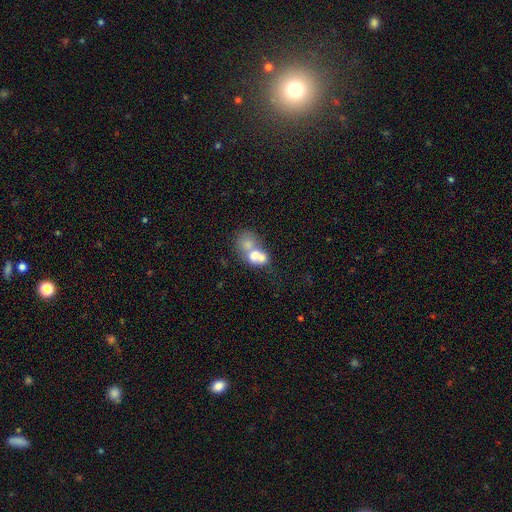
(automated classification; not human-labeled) This is likely a smooth galaxy (61%). How rounded: possibly in between (56%). Merging: likely merger (70%).